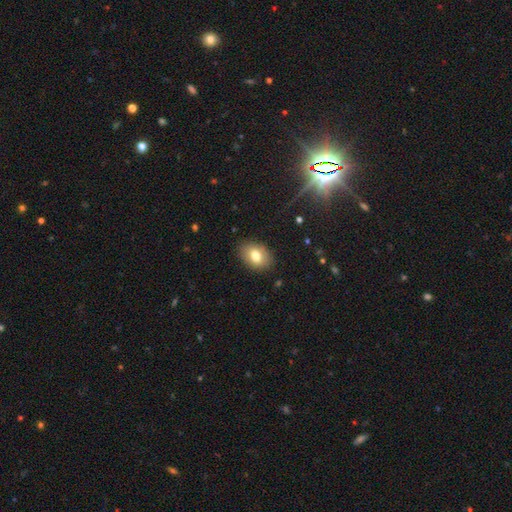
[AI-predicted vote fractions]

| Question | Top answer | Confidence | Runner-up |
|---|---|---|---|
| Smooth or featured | smooth | 77% | featured or disk (14%) |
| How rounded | in between | 82% | round (17%) |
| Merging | none | 87% | minor disturbance (10%) |